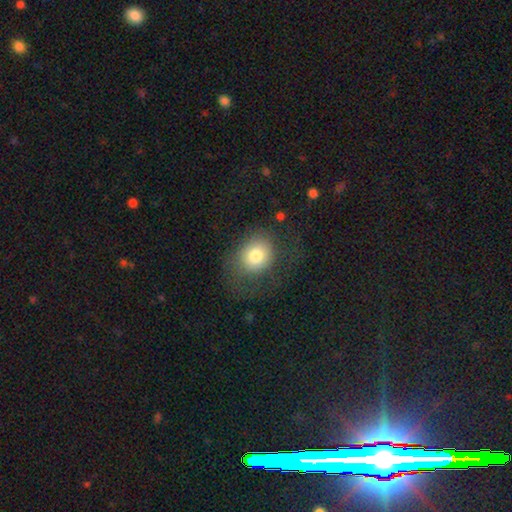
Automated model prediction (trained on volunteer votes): smooth_or_featured: smooth (p=0.77) [alt: featured or disk p=0.13]
how_rounded: round (p=0.63) [alt: in between p=0.36]
merging: none (p=0.59) [alt: major disturbance p=0.20]